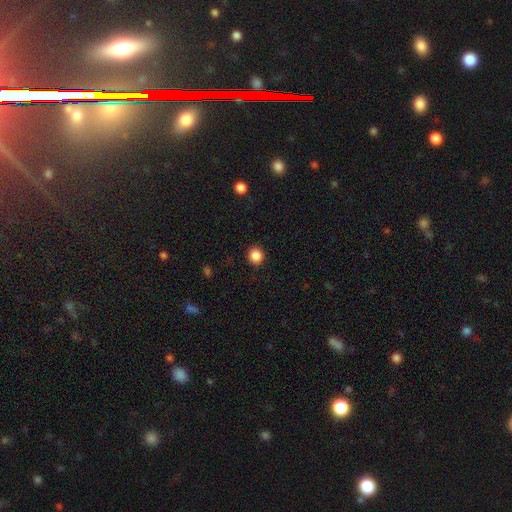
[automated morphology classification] smooth 87%, star or artifact 10%, featured or disk 3%. Down the decision tree: how rounded — round (90%); merging — none (92%).